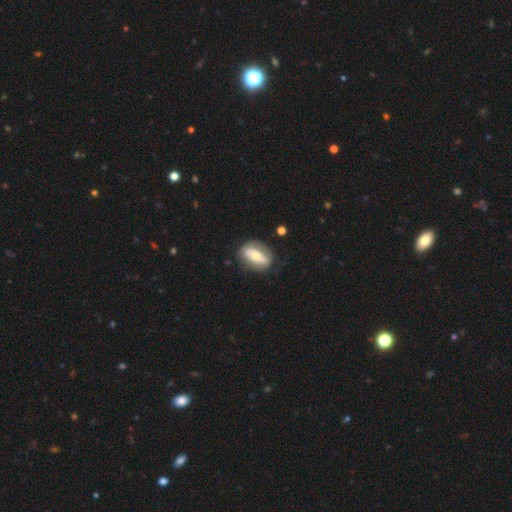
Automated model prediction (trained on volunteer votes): A featured or disk galaxy (54%).

Vote fractions:
- Smooth or featured? featured or disk: 54% / smooth: 40% / star or artifact: 6%
- Edge-on disk? no: 88% / yes: 12%
- Merging? none: 70% / minor disturbance: 19% / major disturbance: 9% / merger: 2%